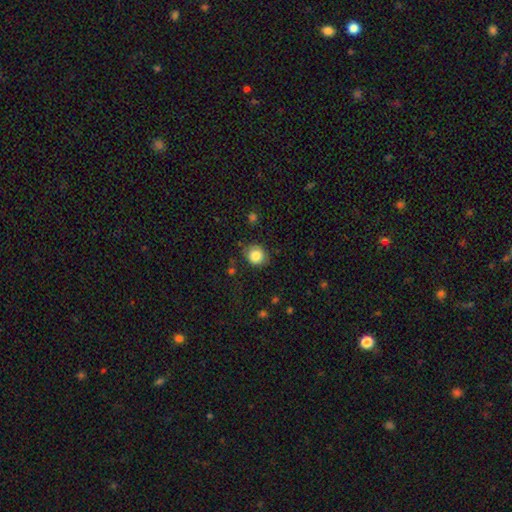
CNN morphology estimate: The model was most divided on "how rounded": round: 74%, in between: 25%, cigar-shaped: 1%. More confident: smooth or featured — smooth (85%); merging — none (81%).